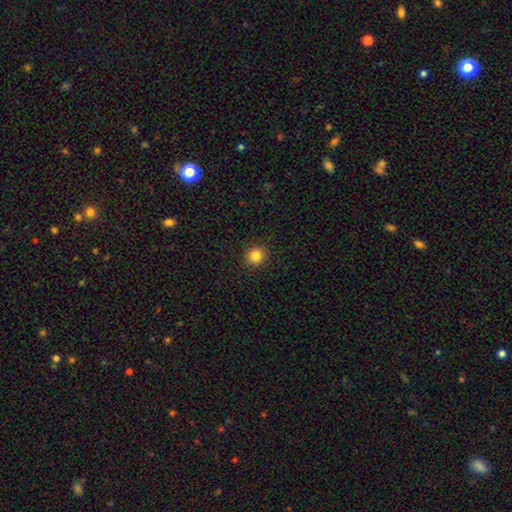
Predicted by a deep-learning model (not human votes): This appears to be a smooth galaxy with no disk features (84%) that is round (85%). Merging: none (91%).